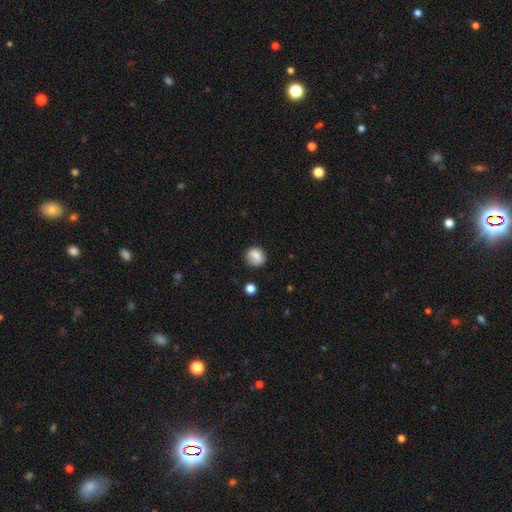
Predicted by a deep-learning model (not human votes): Smooth or featured? smooth (81%)
How rounded? round (75%)
Merging? none (75%)